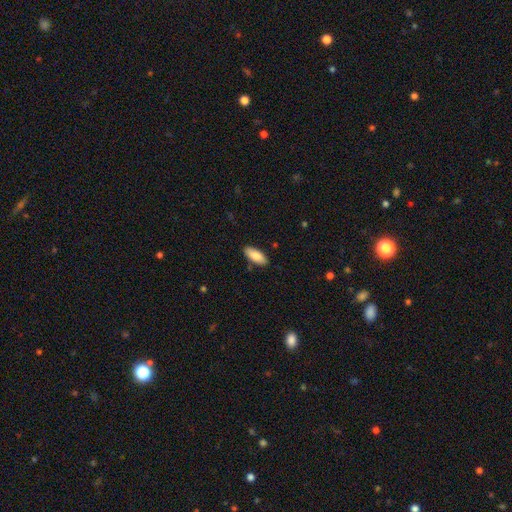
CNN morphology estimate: smooth-or-featured: smooth: 86% | featured or disk: 8% | star or artifact: 6%
  how-rounded: in between: 84% | cigar-shaped: 15% | round: 2%
  merging: none: 87% | minor disturbance: 10% | major disturbance: 2% | merger: 1%